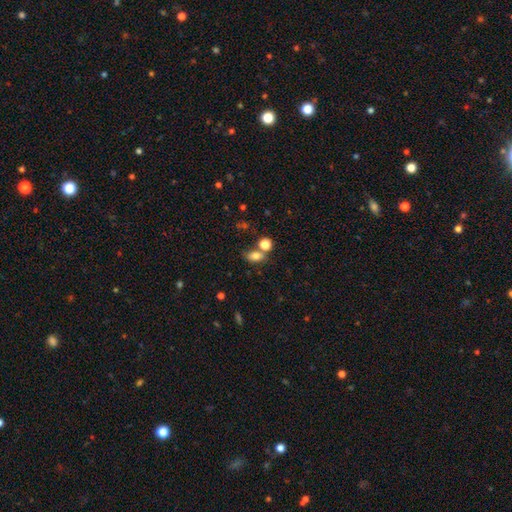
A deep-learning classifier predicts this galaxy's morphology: type=smooth (78%); roundness=in between (78%); merging=none (53%).